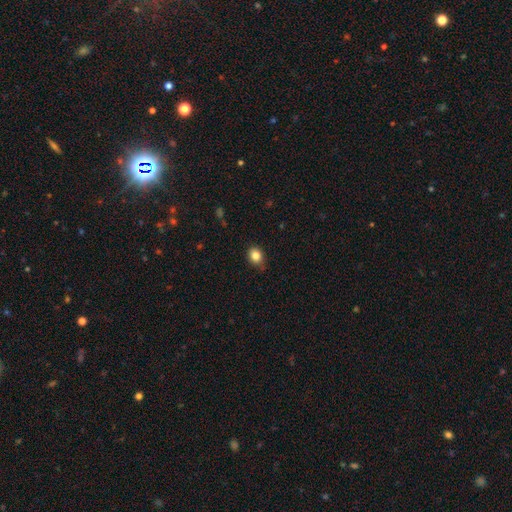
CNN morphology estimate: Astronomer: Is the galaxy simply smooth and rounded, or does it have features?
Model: smooth — 84%.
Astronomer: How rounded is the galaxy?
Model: round — 55% (runner-up: in between, 44%).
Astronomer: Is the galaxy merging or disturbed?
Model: none — 79%.